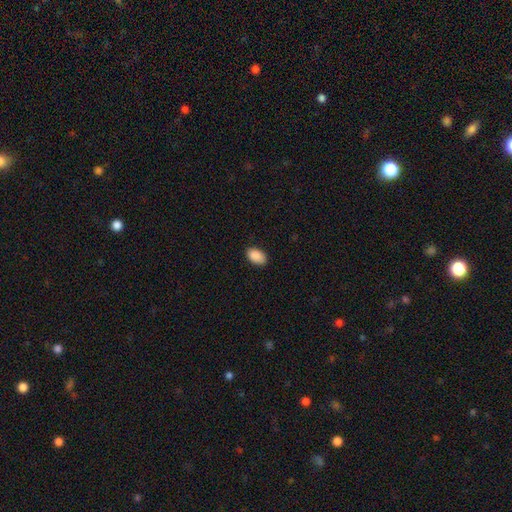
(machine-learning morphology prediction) Overall: smooth (90%). How rounded: in between (93%). Merging: none (86%).